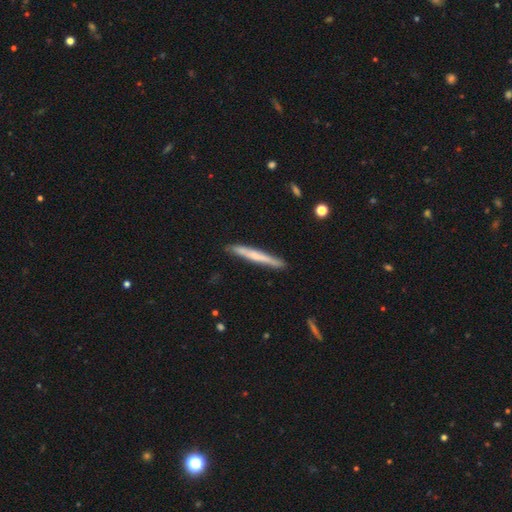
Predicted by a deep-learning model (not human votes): smooth_or_featured: smooth (p=0.48) [alt: featured or disk p=0.46]
merging: none (p=0.87) [alt: minor disturbance p=0.10]